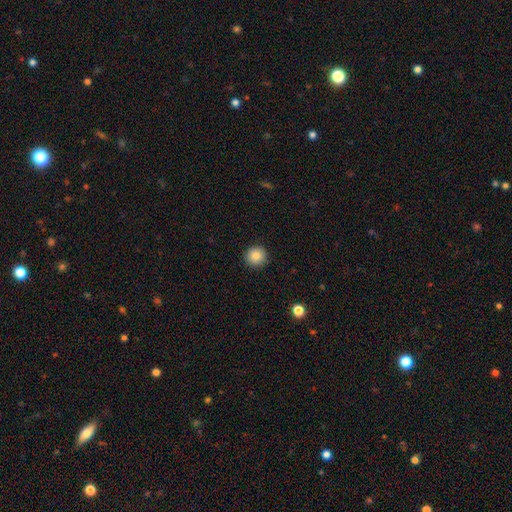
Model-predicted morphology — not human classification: Smooth or featured?
  - smooth: 86% *
  - star or artifact: 9%
  - featured or disk: 5%
How rounded?
  - round: 94% *
  - in between: 5%
  - cigar-shaped: 1%
Merging?
  - none: 92% *
  - minor disturbance: 5%
  - major disturbance: 2%
  - merger: 1%